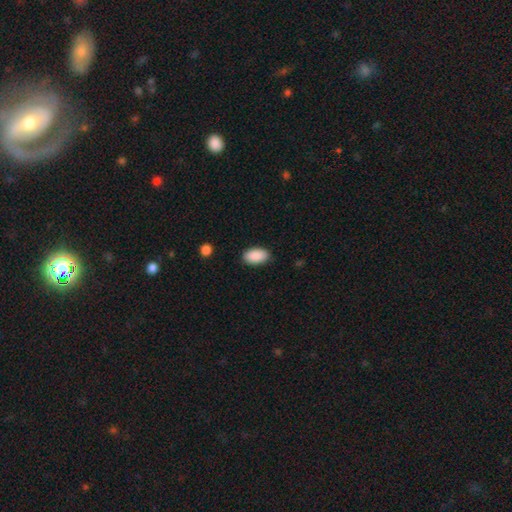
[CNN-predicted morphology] A smooth galaxy with no disk features (91%) that is in between round and cigar-shaped (95%).

Vote fractions:
- Smooth or featured? smooth: 91% / star or artifact: 6% / featured or disk: 3%
- How rounded? in between: 95% / round: 4% / cigar-shaped: 2%
- Merging? none: 88% / minor disturbance: 9% / major disturbance: 2% / merger: 1%